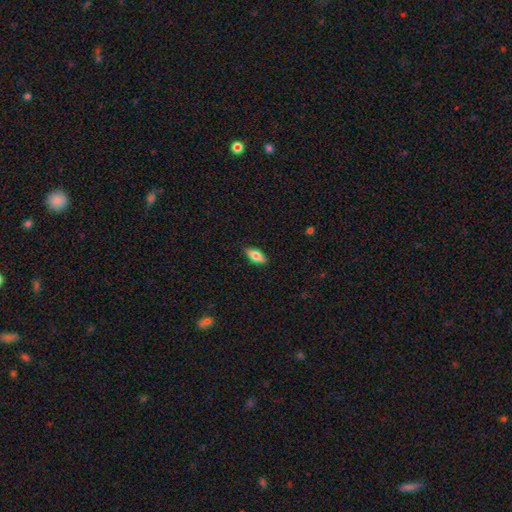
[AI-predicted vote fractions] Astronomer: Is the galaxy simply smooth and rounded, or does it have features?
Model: smooth — 75%.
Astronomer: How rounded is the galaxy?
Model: in between — 75%.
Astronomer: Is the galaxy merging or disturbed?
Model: none — 87%.